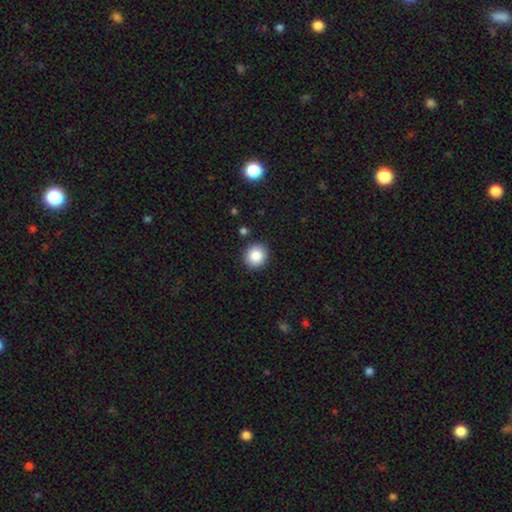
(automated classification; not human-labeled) Overall: smooth (86%). How rounded: round (89%). Merging: none (90%).